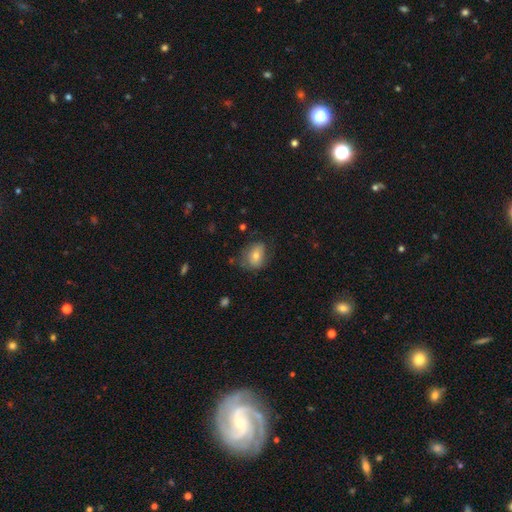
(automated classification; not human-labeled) Overall: smooth (65%; featured or disk 26%). How rounded: in between (63%; round 35%). Merging: none (60%; minor disturbance 26%).